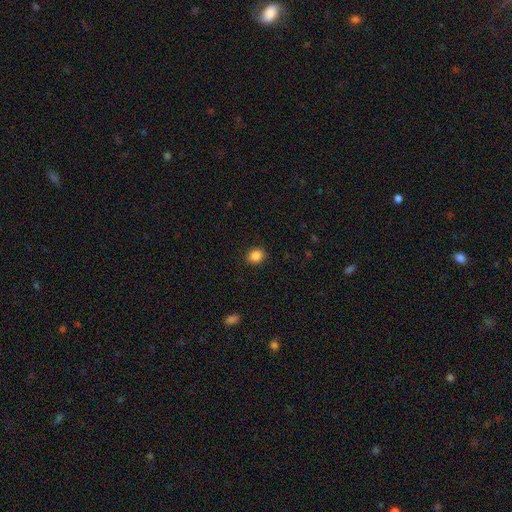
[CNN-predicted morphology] A smooth galaxy with no disk features (86%) that is round (61%).

Vote fractions:
- Smooth or featured? smooth: 86% / star or artifact: 10% / featured or disk: 4%
- How rounded? round: 61% / in between: 38% / cigar-shaped: 1%
- Merging? none: 89% / minor disturbance: 8% / major disturbance: 2% / merger: 1%